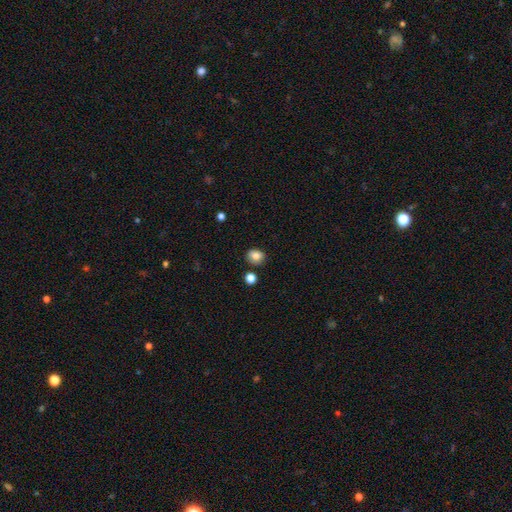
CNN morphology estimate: This is clearly a smooth galaxy (80%). How rounded: likely round (62%). Merging: clearly none (81%).